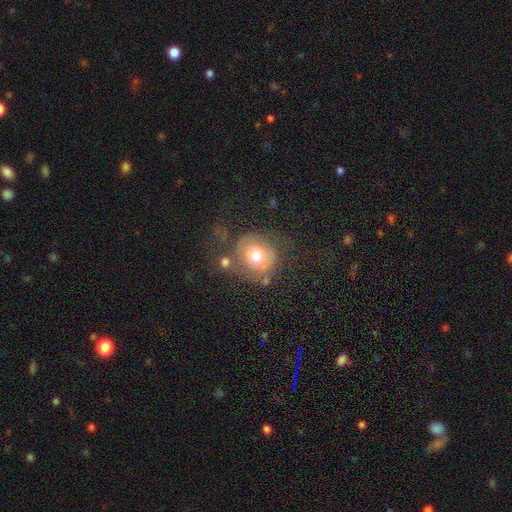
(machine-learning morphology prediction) Overall: smooth (62%; featured or disk 27%). How rounded: round (83%). Merging: none (53%; minor disturbance 19%).